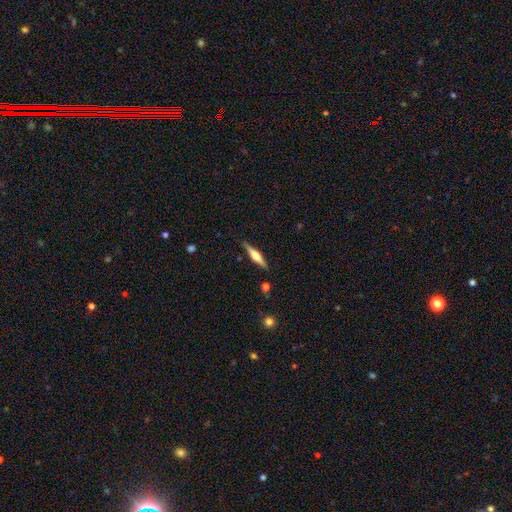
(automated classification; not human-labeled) Smooth or featured?
  - featured or disk: 62% *
  - smooth: 32%
  - star or artifact: 6%
Edge-on disk?
  - yes: 97% *
  - no: 3%
Edge-on bulge?
  - rounded: 84% *
  - boxy: 12%
  - none: 4%
Merging?
  - none: 87% *
  - minor disturbance: 10%
  - major disturbance: 2%
  - merger: 2%